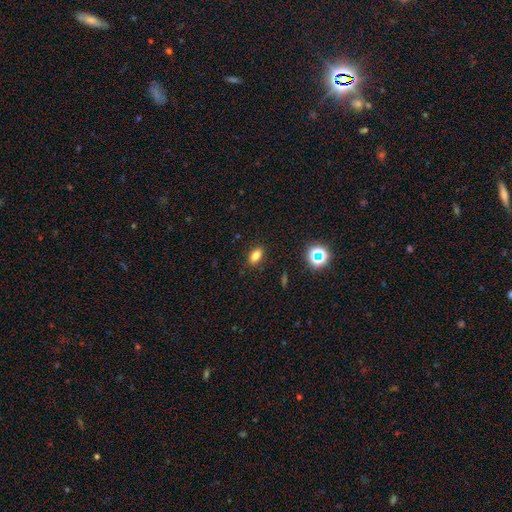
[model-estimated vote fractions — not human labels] A smooth galaxy with no disk features (78%) that is in between round and cigar-shaped (84%). Merging: none (87%).